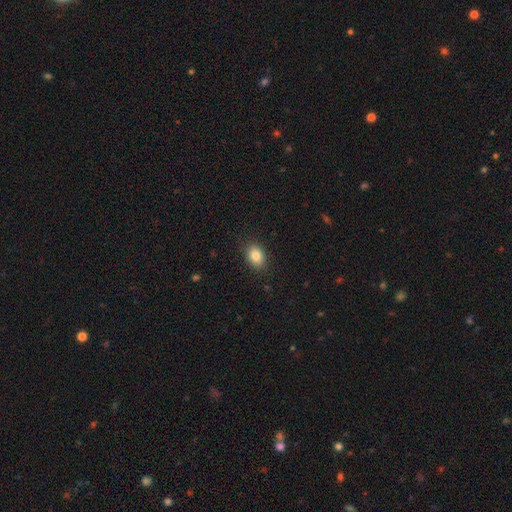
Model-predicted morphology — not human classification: Smooth or featured? Predicted: smooth (p=0.84). How rounded? Predicted: in between (p=0.72). Merging? Predicted: none (p=0.86).